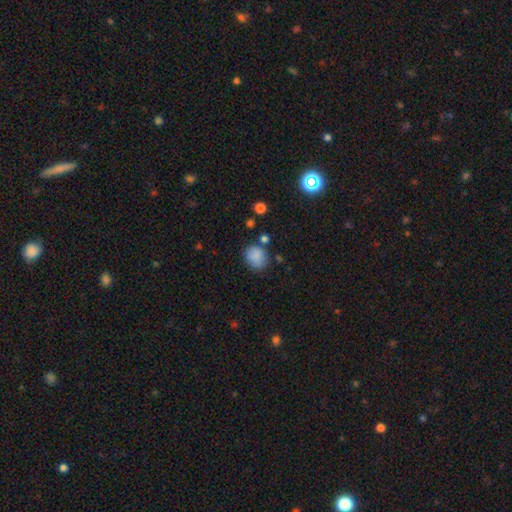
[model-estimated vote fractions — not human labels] A smooth galaxy with no disk features (84%) that is round (70%). Merging: none (71%).